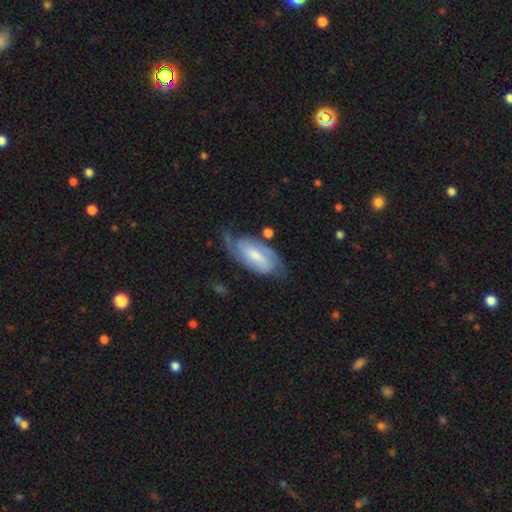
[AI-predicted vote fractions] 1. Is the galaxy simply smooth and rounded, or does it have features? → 80% featured or disk, 14% smooth, 5% star or artifact.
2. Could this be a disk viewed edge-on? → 95% no, 5% yes.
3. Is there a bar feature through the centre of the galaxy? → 44% weak, 32% strong, 24% no.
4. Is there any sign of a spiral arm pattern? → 96% yes, 4% no.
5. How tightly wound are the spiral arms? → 44% medium, 41% tight, 15% loose.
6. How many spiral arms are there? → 86% 2, 7% can't tell, 3% 3, 2% 1, 1% 4, 1% more than 4.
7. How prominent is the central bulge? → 45% small, 36% moderate, 11% none, 7% large, 2% dominant.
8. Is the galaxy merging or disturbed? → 69% none, 19% minor disturbance, 9% major disturbance, 3% merger.